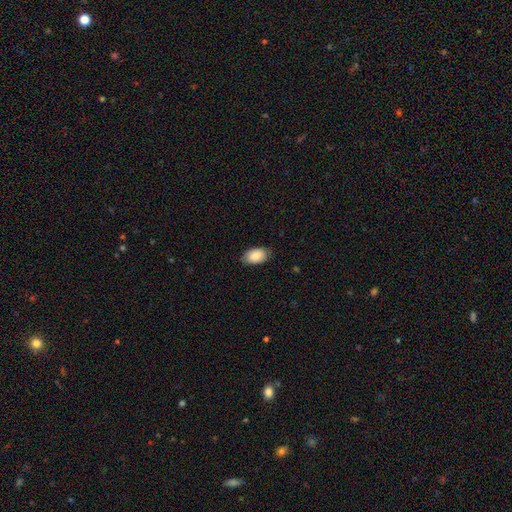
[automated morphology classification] smooth-or-featured: smooth: 88% | featured or disk: 6% | star or artifact: 6%
  how-rounded: in between: 92% | round: 7% | cigar-shaped: 1%
  merging: none: 81% | minor disturbance: 15% | major disturbance: 3% | merger: 1%